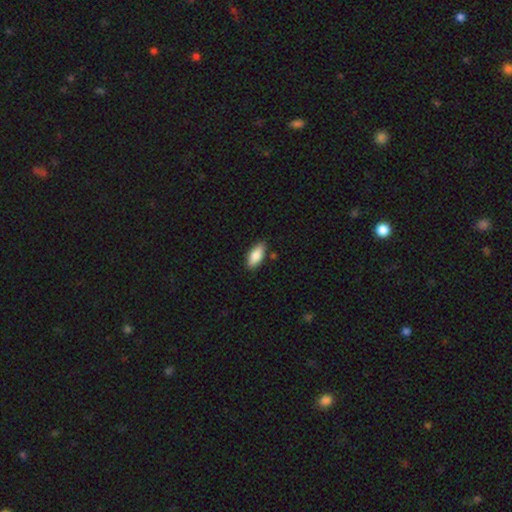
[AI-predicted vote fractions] smooth 85%, featured or disk 9%, star or artifact 6%. Down the decision tree: how rounded — in between (86%); merging — none (82%).